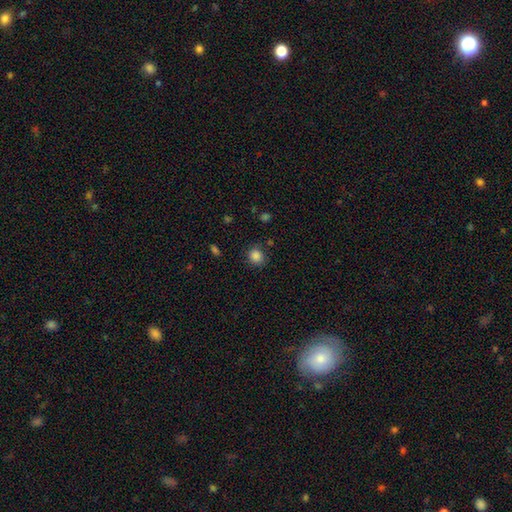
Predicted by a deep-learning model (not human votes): smooth_or_featured: smooth (p=0.86) [alt: star or artifact p=0.11]
how_rounded: round (p=0.84) [alt: in between p=0.15]
merging: none (p=0.83) [alt: minor disturbance p=0.11]